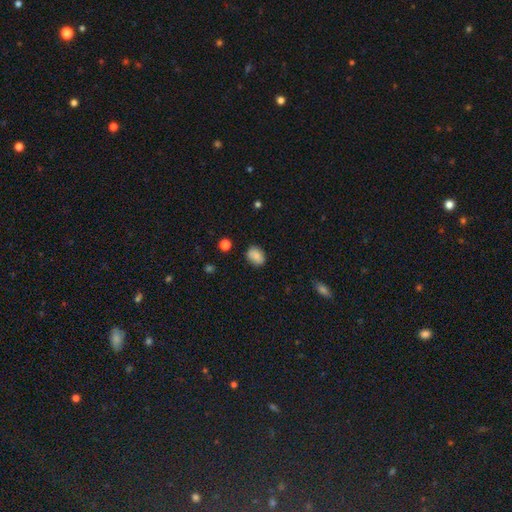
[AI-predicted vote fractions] A smooth galaxy with no disk features (86%) that is in between round and cigar-shaped (73%). Merging: none (80%).